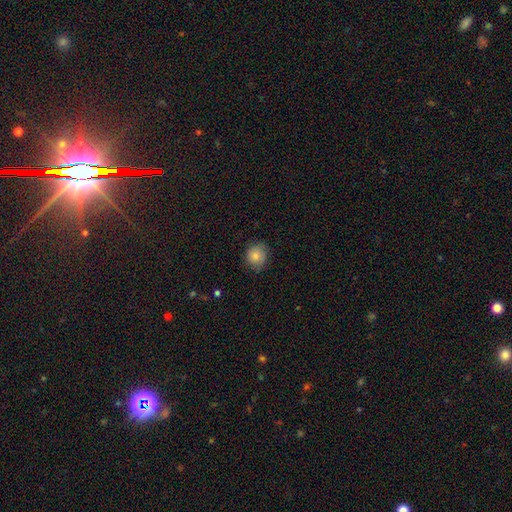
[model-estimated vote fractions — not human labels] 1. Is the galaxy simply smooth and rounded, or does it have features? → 82% smooth, 9% star or artifact, 9% featured or disk.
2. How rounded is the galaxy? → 81% round, 18% in between, 1% cigar-shaped.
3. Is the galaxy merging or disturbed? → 79% none, 17% minor disturbance, 3% major disturbance, 1% merger.